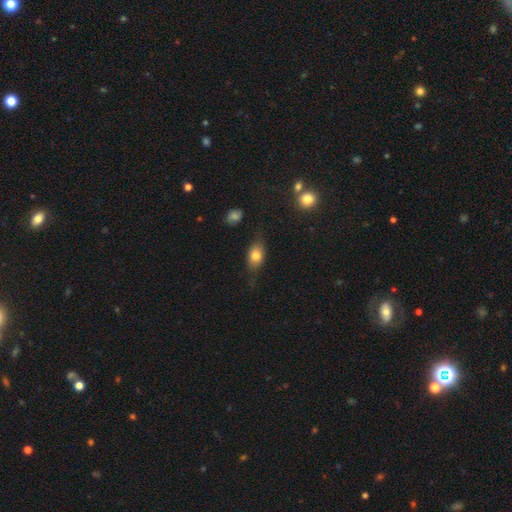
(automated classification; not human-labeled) smooth-or-featured: smooth: 72% | featured or disk: 19% | star or artifact: 9%
  how-rounded: in between: 76% | round: 16% | cigar-shaped: 8%
  merging: none: 67% | minor disturbance: 23% | major disturbance: 8% | merger: 2%